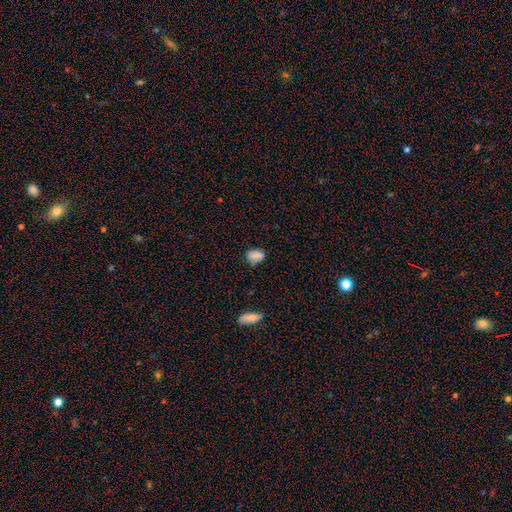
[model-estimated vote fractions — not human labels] Q: Smooth or featured?
A: smooth (81%); runner-up: star or artifact (11%)
Q: How rounded?
A: in between (82%); runner-up: round (14%)
Q: Merging?
A: none (61%); runner-up: minor disturbance (27%)